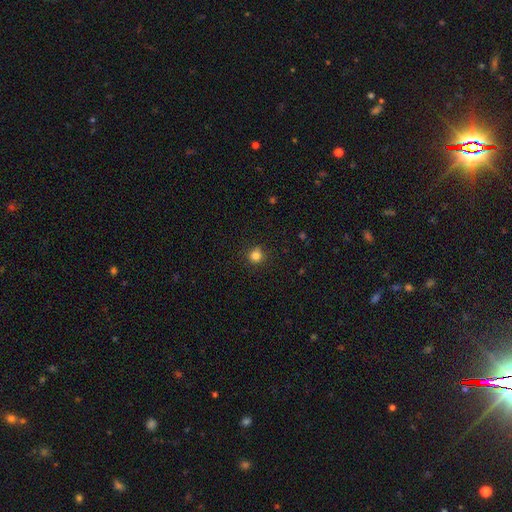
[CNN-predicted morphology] A smooth galaxy with no disk features (82%) that is round (93%).

Vote fractions:
- Smooth or featured? smooth: 82% / star or artifact: 14% / featured or disk: 4%
- How rounded? round: 93% / in between: 6% / cigar-shaped: 1%
- Merging? none: 88% / minor disturbance: 8% / major disturbance: 2% / merger: 2%